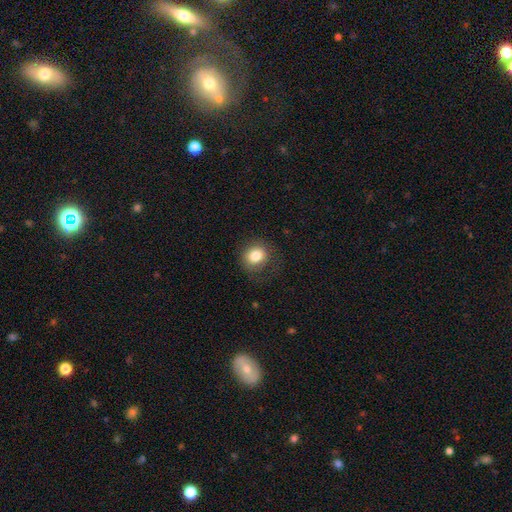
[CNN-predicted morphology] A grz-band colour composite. It shows a smooth galaxy with no disk features (81%) that is round (73%). Merging: none (77%).